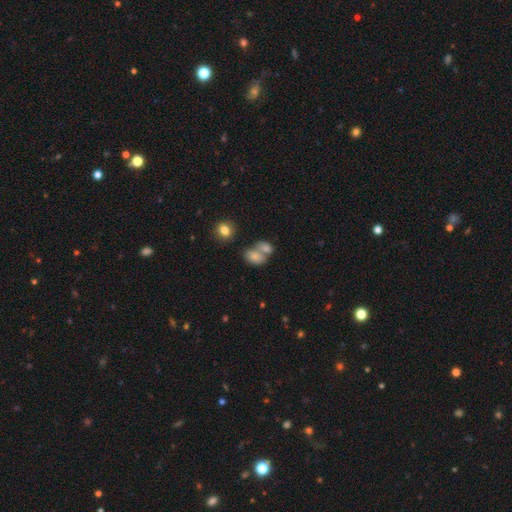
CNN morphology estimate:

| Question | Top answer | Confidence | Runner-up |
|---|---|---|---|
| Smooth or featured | smooth | 76% | featured or disk (13%) |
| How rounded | in between | 74% | round (24%) |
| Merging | merger | 55% | none (29%) |